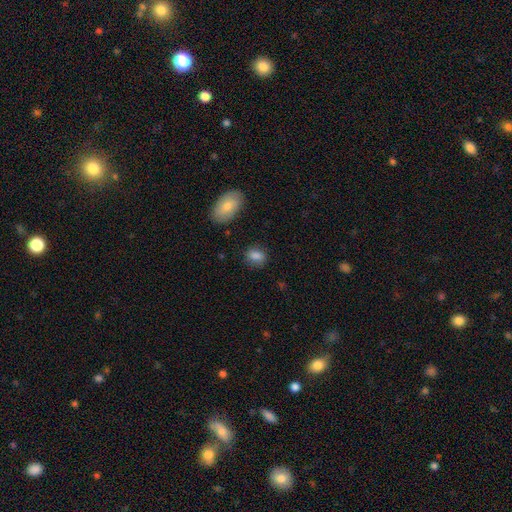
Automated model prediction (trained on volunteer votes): smooth-or-featured: smooth: 85% | star or artifact: 9% | featured or disk: 6%
  how-rounded: in between: 67% | round: 30% | cigar-shaped: 2%
  merging: none: 80% | minor disturbance: 14% | major disturbance: 4% | merger: 3%